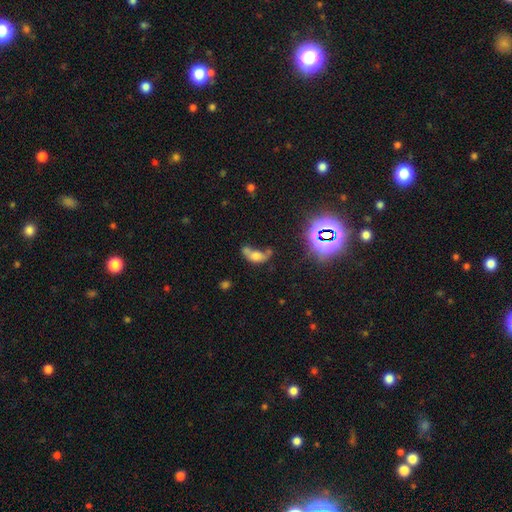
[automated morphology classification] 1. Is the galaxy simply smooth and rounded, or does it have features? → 53% smooth, 25% featured or disk, 22% star or artifact.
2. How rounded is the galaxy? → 81% in between, 12% round, 7% cigar-shaped.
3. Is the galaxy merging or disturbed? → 37% merger, 26% major disturbance, 20% none, 17% minor disturbance.